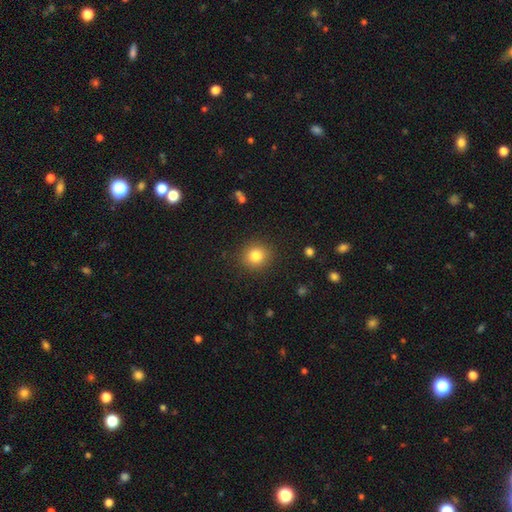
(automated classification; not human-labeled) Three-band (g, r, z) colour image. It shows a smooth galaxy with no disk features (82%) that is round (88%). Merging: none (90%).